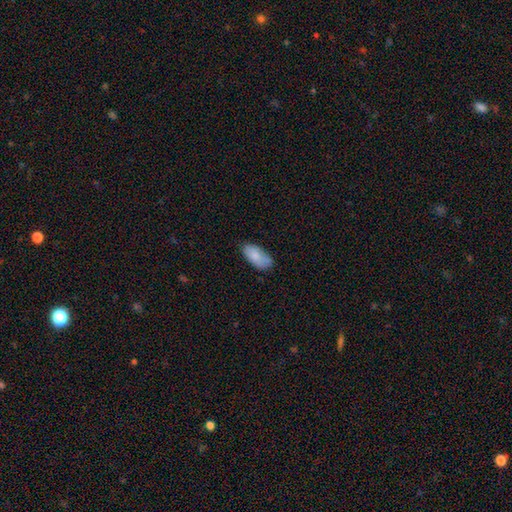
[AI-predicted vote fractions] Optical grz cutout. It shows a smooth galaxy with no disk features (82%) that is in between round and cigar-shaped (92%). Merging: none (68%).